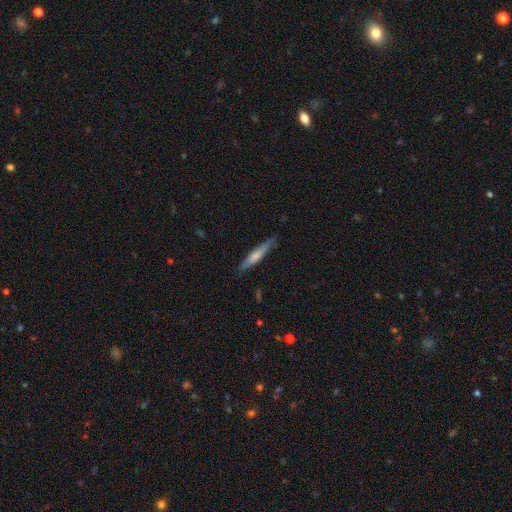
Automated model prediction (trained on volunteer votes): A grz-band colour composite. It shows a smooth galaxy with no disk features (61%) that is cigar-shaped (90%). Merging: none (82%).